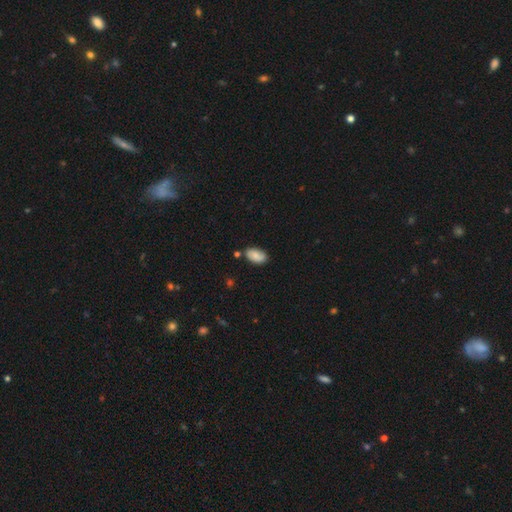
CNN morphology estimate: Smooth or featured? Predicted: smooth (p=0.77). How rounded? Predicted: in between (p=0.93). Merging? Predicted: none (p=0.73).